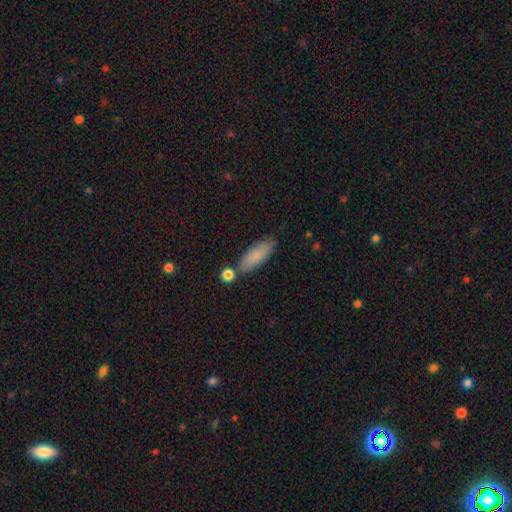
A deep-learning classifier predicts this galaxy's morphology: Q: Smooth or featured?
A: smooth (84%); runner-up: featured or disk (10%)
Q: How rounded?
A: in between (60%); runner-up: cigar-shaped (38%)
Q: Merging?
A: none (76%); runner-up: minor disturbance (13%)